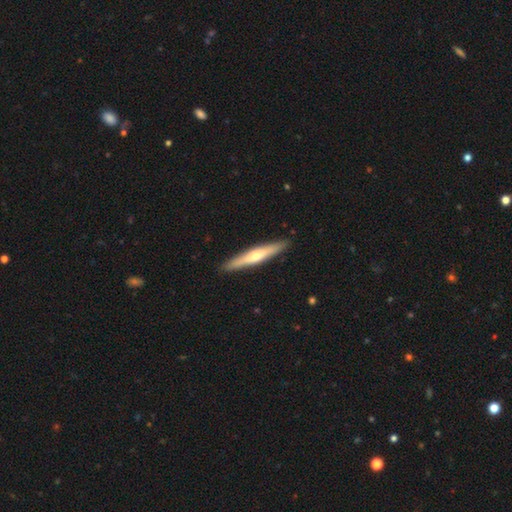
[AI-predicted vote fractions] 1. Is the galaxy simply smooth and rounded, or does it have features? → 55% featured or disk, 40% smooth, 5% star or artifact.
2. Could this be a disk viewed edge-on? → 94% yes, 6% no.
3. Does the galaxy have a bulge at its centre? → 81% rounded, 15% none, 4% boxy.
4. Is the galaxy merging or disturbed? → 91% none, 6% minor disturbance, 1% major disturbance, 1% merger.